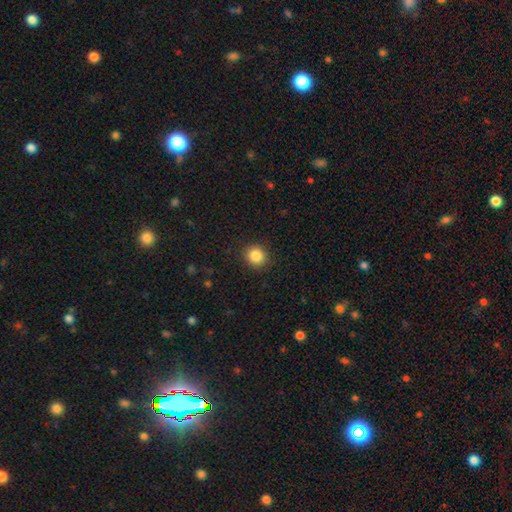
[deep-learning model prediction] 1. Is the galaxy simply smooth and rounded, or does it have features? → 86% smooth, 10% star or artifact, 4% featured or disk.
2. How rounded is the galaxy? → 86% round, 14% in between, 1% cigar-shaped.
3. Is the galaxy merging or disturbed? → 90% none, 7% minor disturbance, 2% major disturbance, 1% merger.